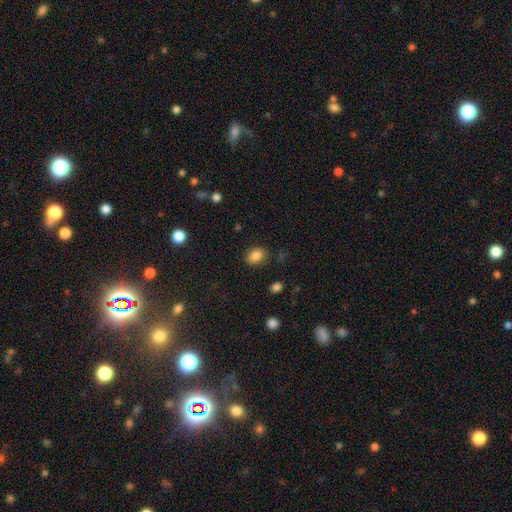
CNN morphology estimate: Q: Smooth or featured?
A: smooth (84%); runner-up: star or artifact (10%)
Q: How rounded?
A: in between (71%); runner-up: round (28%)
Q: Merging?
A: none (82%); runner-up: minor disturbance (12%)